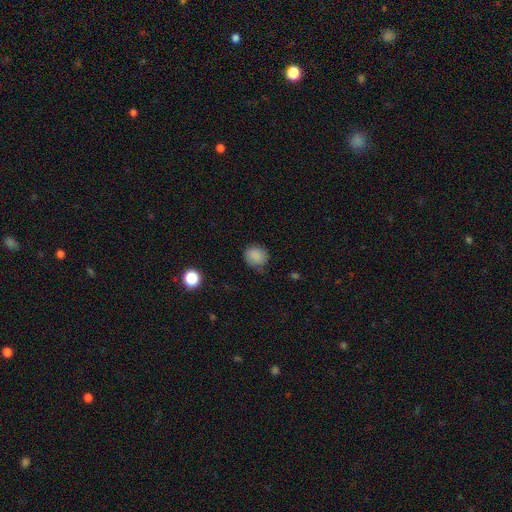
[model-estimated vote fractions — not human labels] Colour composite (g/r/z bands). It shows a smooth galaxy with no disk features (86%) that is round (76%). Merging: none (71%).